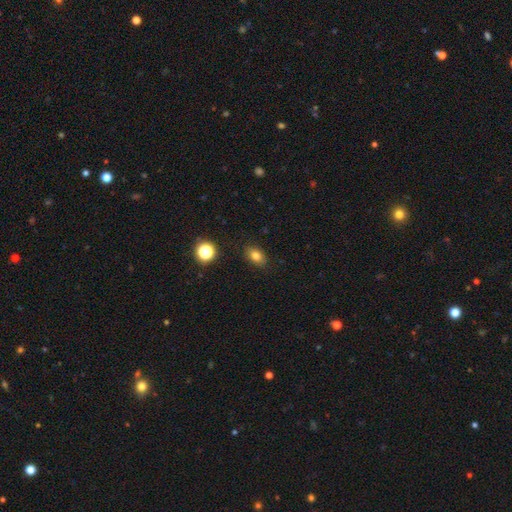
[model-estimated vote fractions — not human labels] This is likely a smooth galaxy (80%). How rounded: likely in between (77%). Merging: clearly none (87%).